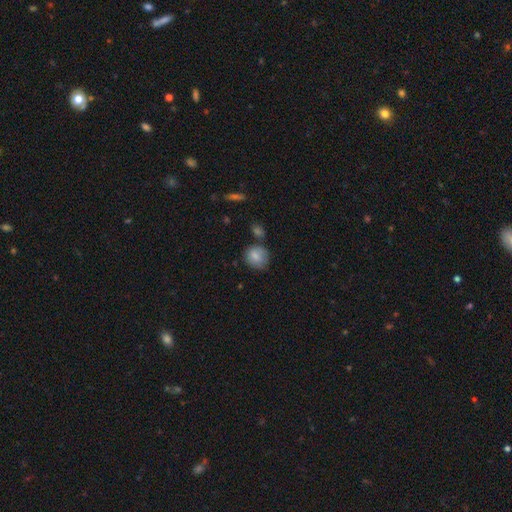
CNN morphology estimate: This is clearly a smooth galaxy (81%). How rounded: likely round (76%). Merging: likely none (66%).